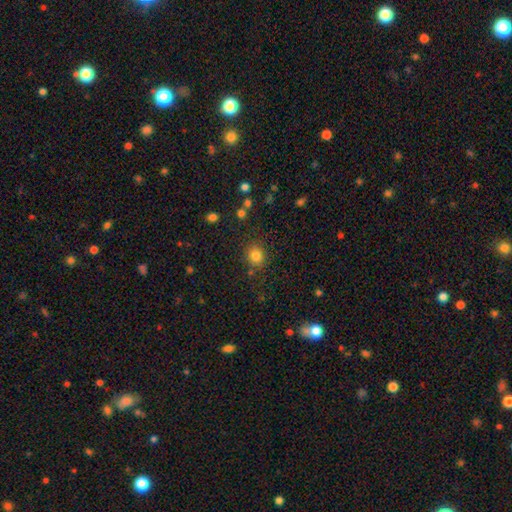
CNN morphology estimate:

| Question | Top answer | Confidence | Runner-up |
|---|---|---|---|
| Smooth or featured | smooth | 82% | star or artifact (12%) |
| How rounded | round | 80% | in between (19%) |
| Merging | none | 82% | minor disturbance (10%) |